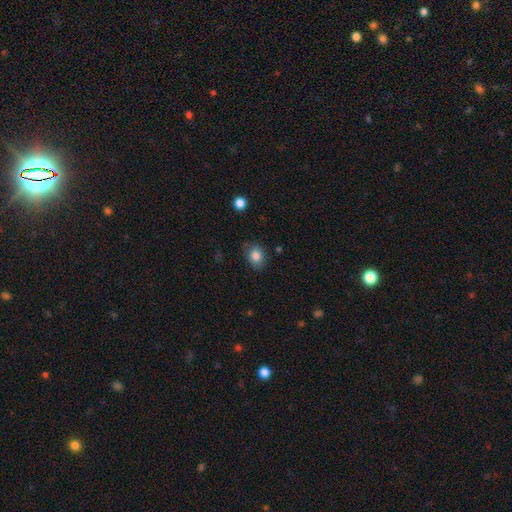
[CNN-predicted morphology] This appears to be a smooth galaxy with no disk features (83%) that is in between round and cigar-shaped (53%). Merging: none (77%).